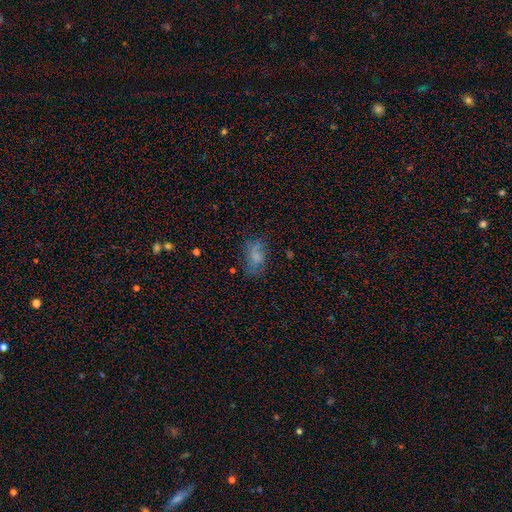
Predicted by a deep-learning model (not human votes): smooth 62%, featured or disk 24%, star or artifact 14%. Down the decision tree: how rounded — in between (85%); merging — none (55%).